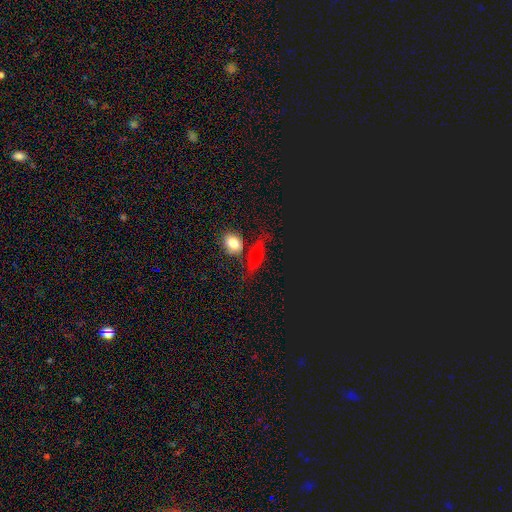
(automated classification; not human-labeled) Smooth or featured? Predicted: smooth (p=0.51). How rounded? Predicted: in between (p=0.51). Merging? Predicted: none (p=0.65).